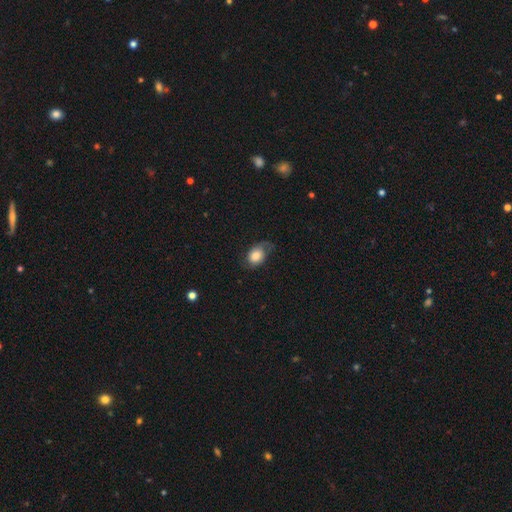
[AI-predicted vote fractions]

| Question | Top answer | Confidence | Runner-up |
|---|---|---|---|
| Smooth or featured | smooth | 68% | featured or disk (24%) |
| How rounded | in between | 67% | round (31%) |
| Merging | none | 49% | minor disturbance (31%) |